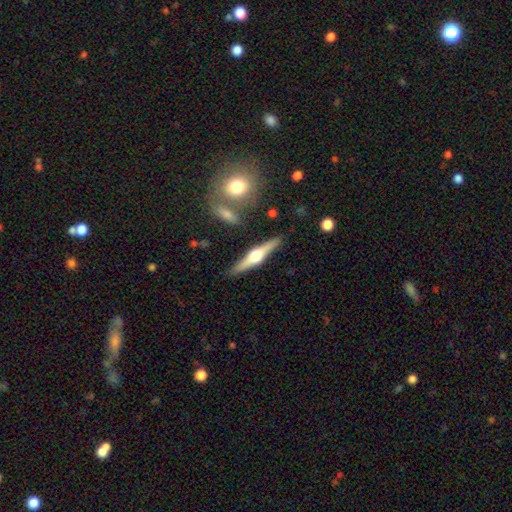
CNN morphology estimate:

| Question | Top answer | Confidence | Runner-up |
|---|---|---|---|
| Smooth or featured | featured or disk | 73% | smooth (22%) |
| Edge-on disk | yes | 97% | no (3%) |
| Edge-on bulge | rounded | 95% | boxy (3%) |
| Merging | none | 86% | minor disturbance (8%) |